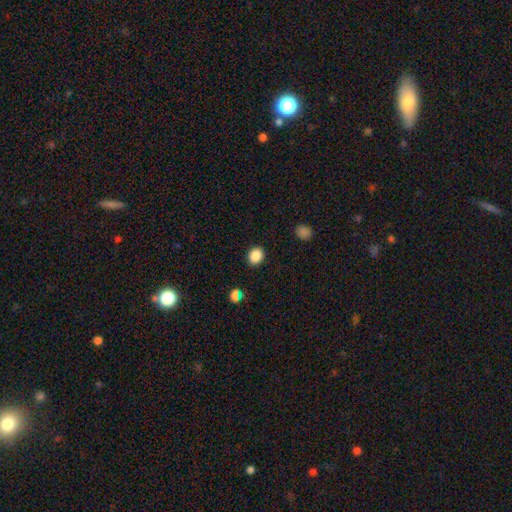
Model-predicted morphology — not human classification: This appears to be a smooth galaxy with no disk features (87%) that is round (60%). Merging: none (89%).